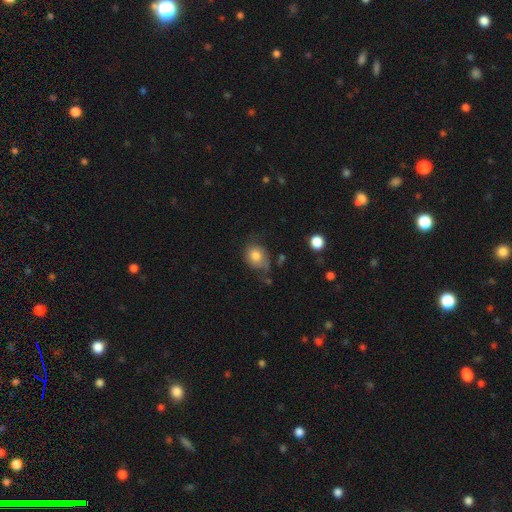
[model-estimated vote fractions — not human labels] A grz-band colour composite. It shows a smooth galaxy with no disk features (77%) that is round (59%). Merging: none (48%).